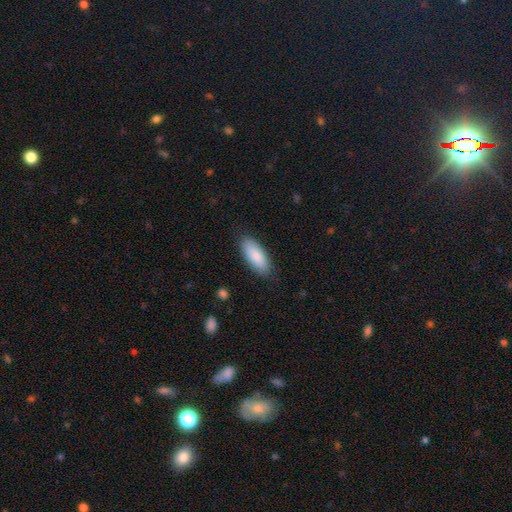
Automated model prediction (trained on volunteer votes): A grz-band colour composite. It shows a smooth galaxy with no disk features (87%) that is in between round and cigar-shaped (81%). Merging: none (85%).